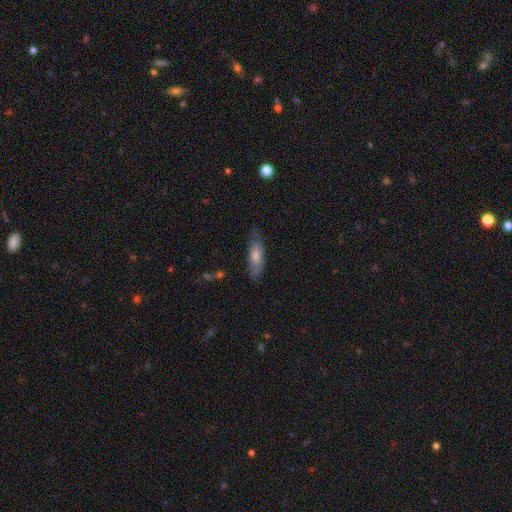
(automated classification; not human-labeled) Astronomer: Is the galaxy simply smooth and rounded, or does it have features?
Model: smooth — 59%.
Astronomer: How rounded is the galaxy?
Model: cigar-shaped — 54% (runner-up: in between, 43%).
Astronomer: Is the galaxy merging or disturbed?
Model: none — 75%.